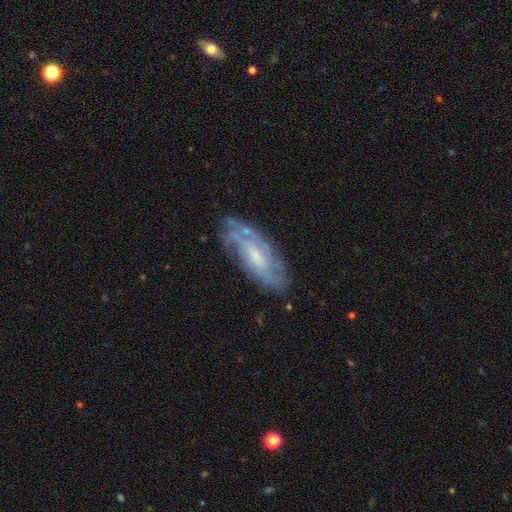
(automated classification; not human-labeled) smooth-or-featured: featured or disk: 73% | smooth: 21% | star or artifact: 7%
  disk-edge-on: no: 85% | yes: 15%
    bar: no: 56% | weak: 37% | strong: 7%
    has-spiral-arms: yes: 83% | no: 17%
      spiral-winding: tight: 49% | medium: 37% | loose: 14%
      spiral-arm-count: can't tell: 52% | 2: 19% | 3: 13% | 4: 8% | 1: 4% | more than 4: 4%
    bulge-size: moderate: 42% | small: 41% | none: 11% | large: 5% | dominant: 1%
  merging: none: 70% | minor disturbance: 21% | major disturbance: 7% | merger: 2%